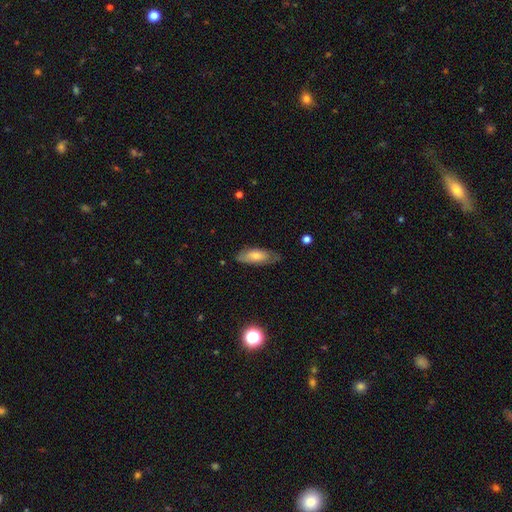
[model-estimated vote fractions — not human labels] Q: Smooth or featured?
A: smooth (64%); runner-up: featured or disk (29%)
Q: How rounded?
A: in between (75%); runner-up: cigar-shaped (23%)
Q: Merging?
A: none (70%); runner-up: minor disturbance (23%)